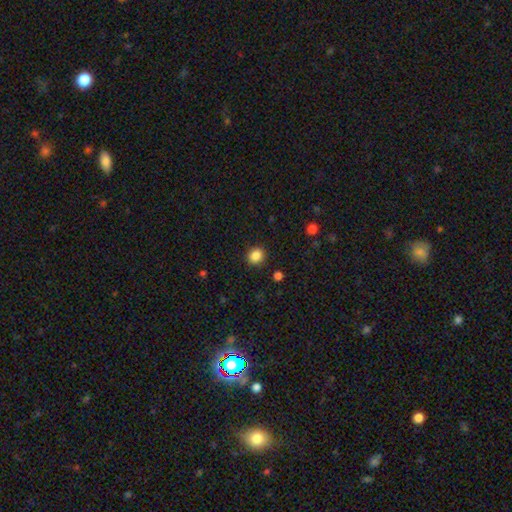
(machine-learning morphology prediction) This is clearly a smooth galaxy (86%). How rounded: clearly round (84%). Merging: clearly none (91%).